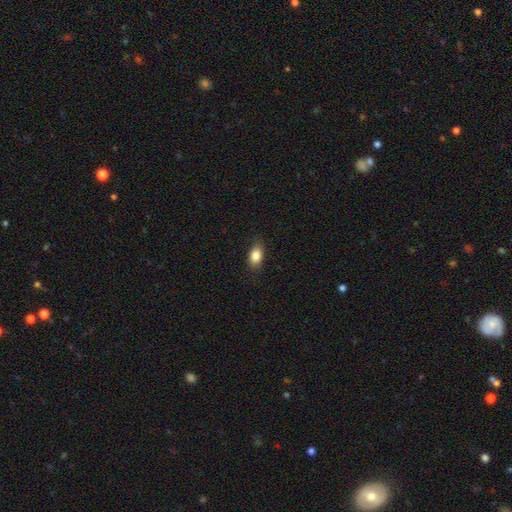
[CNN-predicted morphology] smooth 85%, star or artifact 8%, featured or disk 7%. Down the decision tree: how rounded — in between (83%); merging — none (82%).